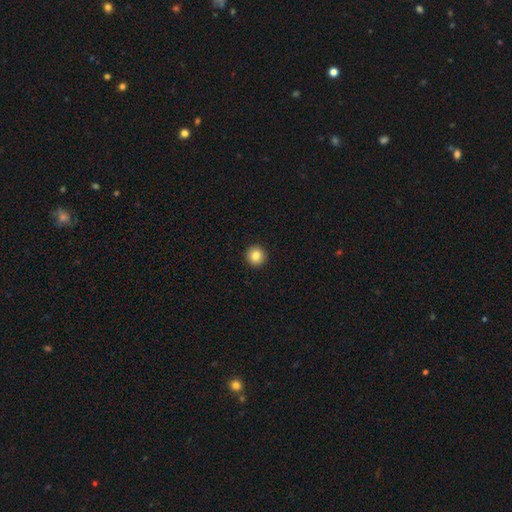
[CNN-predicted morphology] Smooth or featured: smooth — 84% (star or artifact — 9%)
How rounded: round — 95% (in between — 4%)
Merging: none — 93% (minor disturbance — 4%)